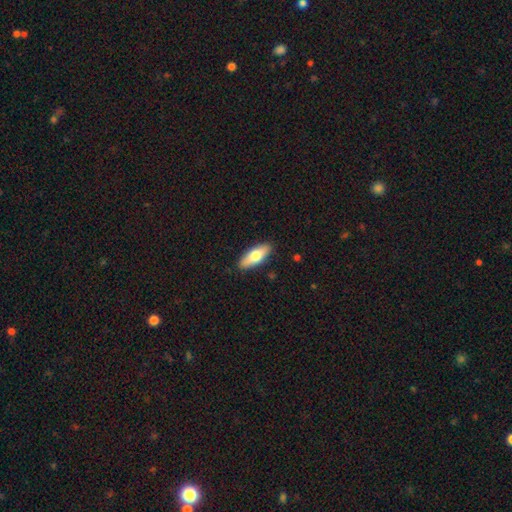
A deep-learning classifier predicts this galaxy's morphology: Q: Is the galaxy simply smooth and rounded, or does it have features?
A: smooth — 68%.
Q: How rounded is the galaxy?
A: in between — 67%.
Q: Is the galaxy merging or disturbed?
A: none — 89%.